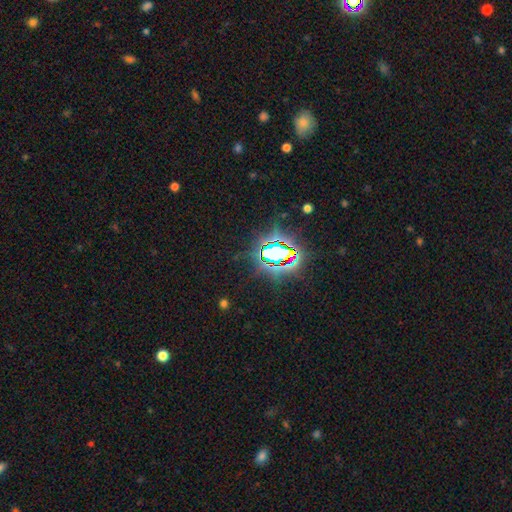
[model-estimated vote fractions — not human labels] star or artifact 81%, smooth 11%, featured or disk 8%.